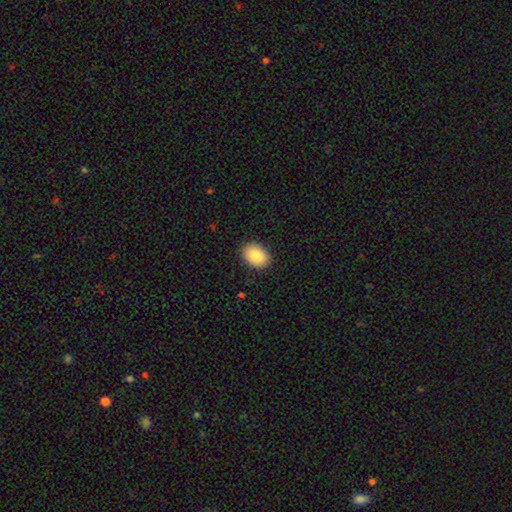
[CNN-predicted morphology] Smooth or featured: smooth — 88% (star or artifact — 7%)
How rounded: in between — 77% (round — 22%)
Merging: none — 89% (minor disturbance — 8%)